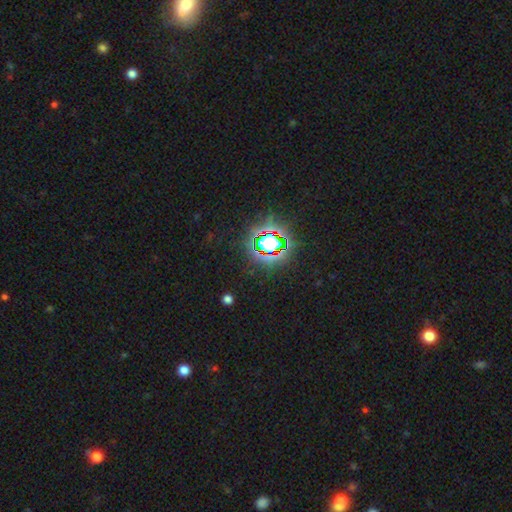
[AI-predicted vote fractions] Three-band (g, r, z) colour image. It shows a star or artifact, not a galaxy (82%).